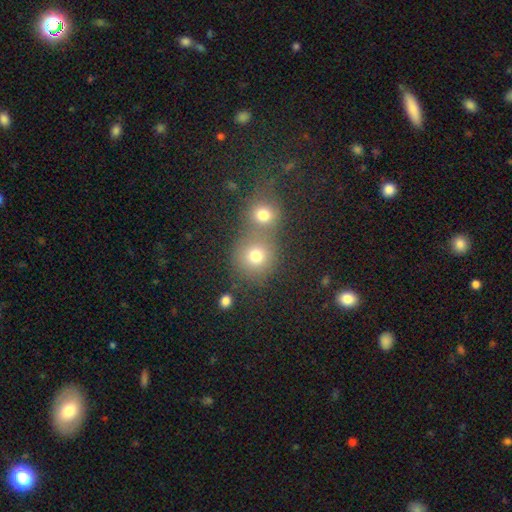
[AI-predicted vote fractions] Q: Smooth or featured?
A: smooth (76%); runner-up: star or artifact (15%)
Q: How rounded?
A: round (86%); runner-up: in between (13%)
Q: Merging?
A: merger (45%); tied with: none (45%)